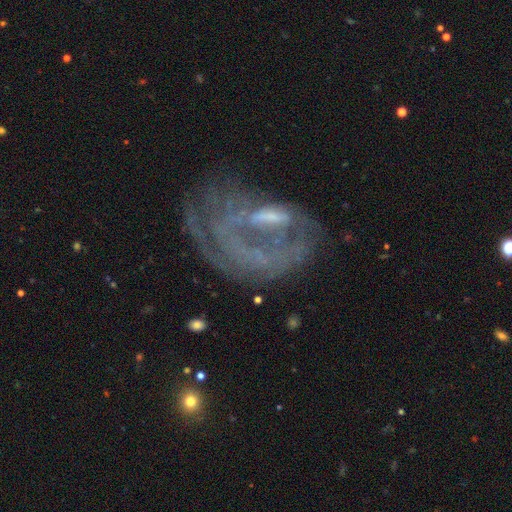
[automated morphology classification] Q: Smooth or featured?
A: featured or disk (71%); runner-up: smooth (16%)
Q: Edge-on disk?
A: no (95%); runner-up: yes (5%)
Q: Bar?
A: no (48%); runner-up: weak (33%)
Q: Spiral arms?
A: yes (53%); runner-up: no (47%)
Q: Bulge size?
A: none (47%); runner-up: small (26%)
Q: Merging?
A: major disturbance (43%); runner-up: none (33%)